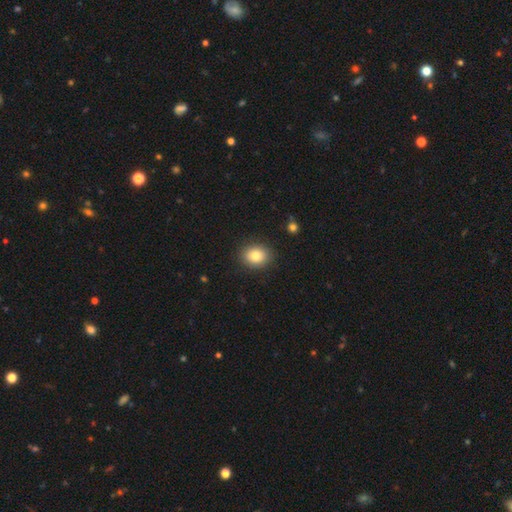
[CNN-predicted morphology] Smooth or featured? smooth (81%)
How rounded? round (60%)
Merging? none (89%)